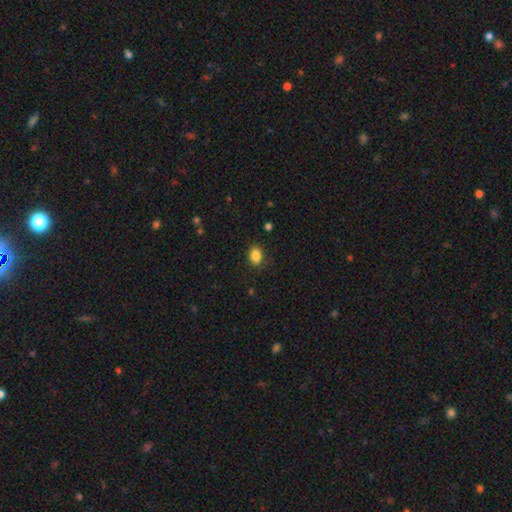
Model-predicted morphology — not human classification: Smooth or featured: smooth — 86% (star or artifact — 10%)
How rounded: in between — 70% (round — 29%)
Merging: none — 86% (minor disturbance — 10%)